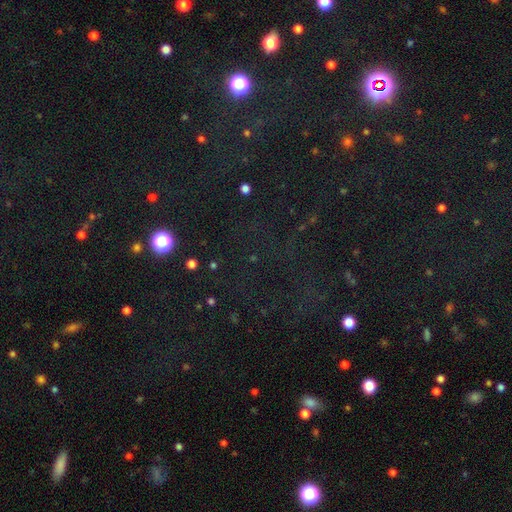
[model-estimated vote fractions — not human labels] The model was most divided on "smooth or featured": star or artifact: 74%, smooth: 18%, featured or disk: 8%.